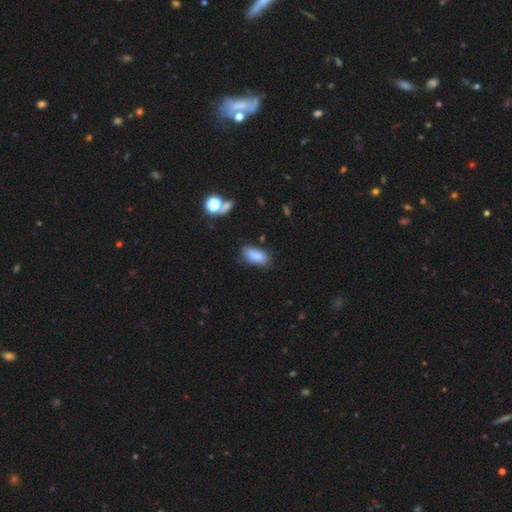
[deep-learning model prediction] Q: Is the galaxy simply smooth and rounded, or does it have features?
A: smooth — 82%.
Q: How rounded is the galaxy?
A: in between — 84%.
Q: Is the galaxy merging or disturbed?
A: none — 68%.